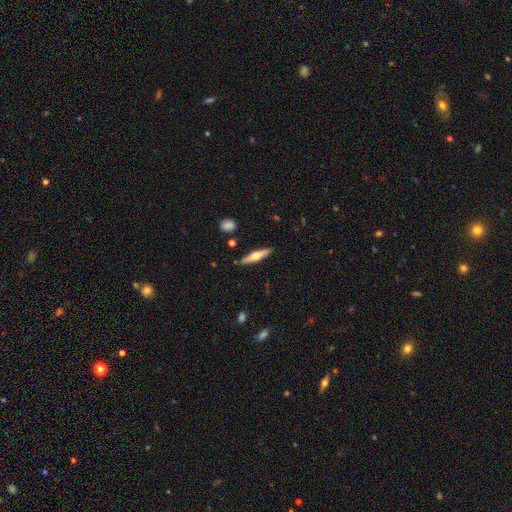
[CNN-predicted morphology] featured or disk 50%, smooth 44%, star or artifact 6%. Down the decision tree: merging — none (88%).